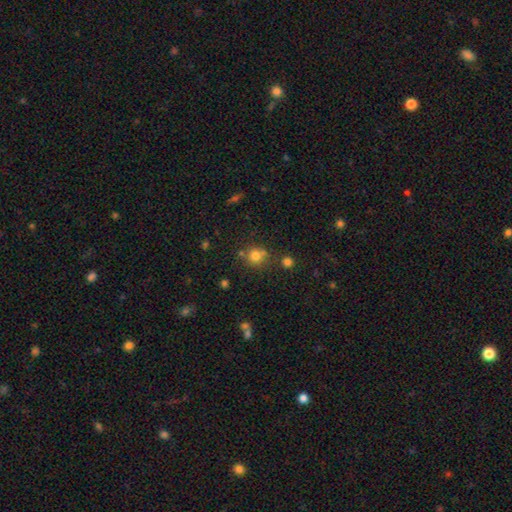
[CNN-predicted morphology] smooth_or_featured: smooth (p=0.77) [alt: star or artifact p=0.15]
how_rounded: round (p=0.84) [alt: in between p=0.15]
merging: none (p=0.66) [alt: minor disturbance p=0.15]